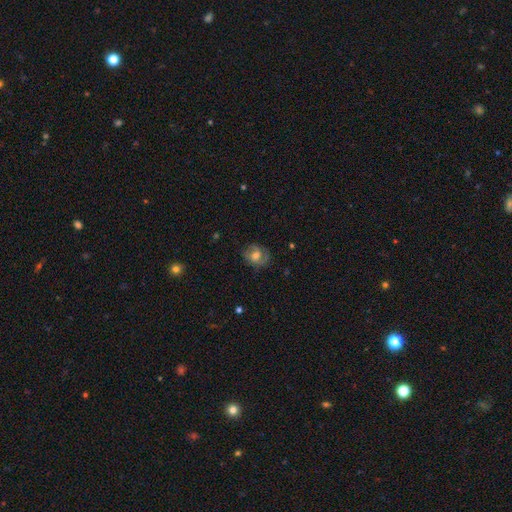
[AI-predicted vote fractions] This is possibly a featured or disk galaxy (55%). It is clearly not viewed edge-on (97%). Bar: likely no (64%). Spiral arm pattern: clearly yes (80%). Central bulge: likely moderate (62%). Merging: likely none (70%).